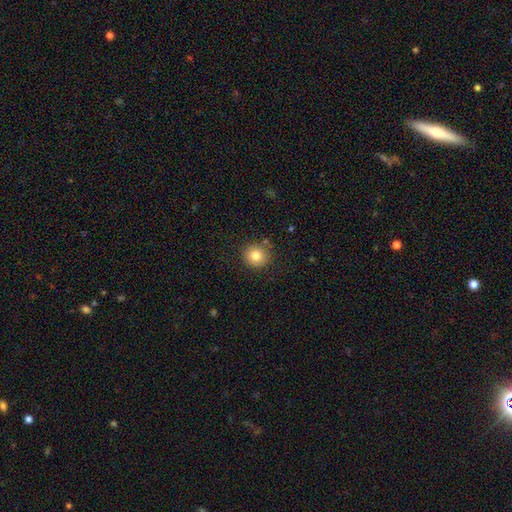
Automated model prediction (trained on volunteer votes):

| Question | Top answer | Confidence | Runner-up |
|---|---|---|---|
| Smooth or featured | smooth | 81% | star or artifact (11%) |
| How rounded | round | 92% | in between (7%) |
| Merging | none | 86% | minor disturbance (9%) |